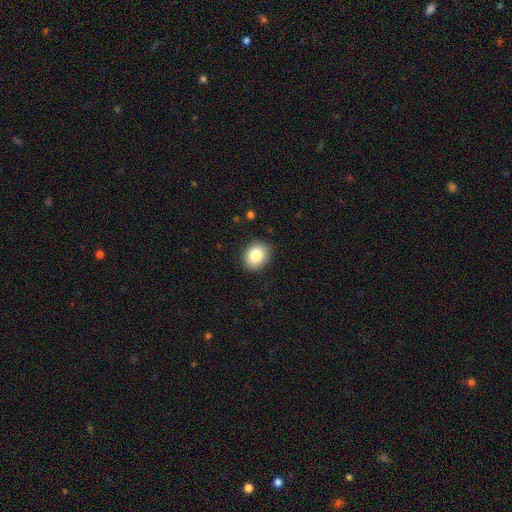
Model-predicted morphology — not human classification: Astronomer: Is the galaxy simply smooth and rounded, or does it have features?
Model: smooth — 83%.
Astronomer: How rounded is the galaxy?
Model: round — 52% (runner-up: in between, 47%).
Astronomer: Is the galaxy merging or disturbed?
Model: none — 89%.